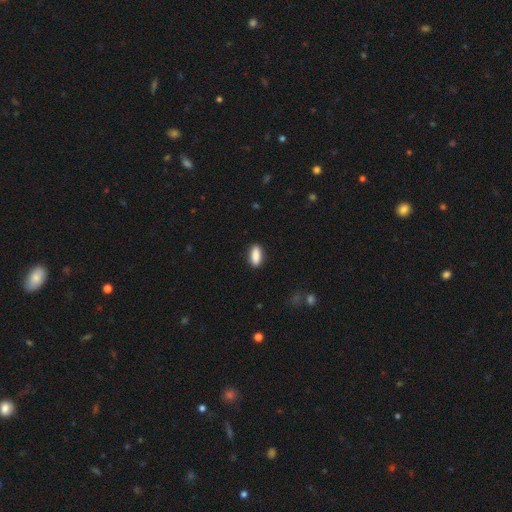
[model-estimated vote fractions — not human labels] Q: Smooth or featured?
A: smooth (89%); runner-up: star or artifact (7%)
Q: How rounded?
A: in between (82%); runner-up: cigar-shaped (15%)
Q: Merging?
A: none (88%); runner-up: minor disturbance (9%)